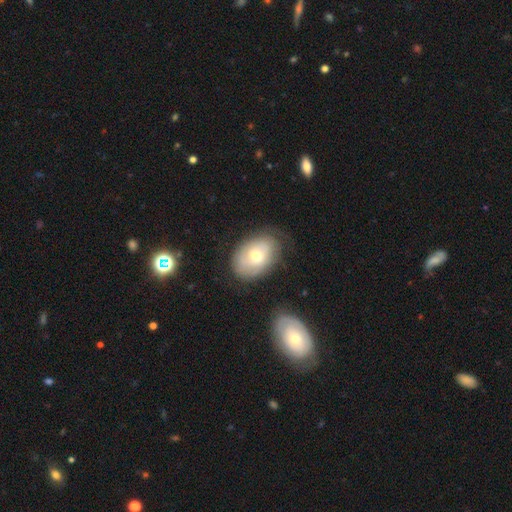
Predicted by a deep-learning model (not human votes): smooth-or-featured: smooth: 53% | featured or disk: 40% | star or artifact: 8%
  how-rounded: in between: 79% | round: 20% | cigar-shaped: 1%
  merging: none: 69% | minor disturbance: 21% | major disturbance: 8% | merger: 2%